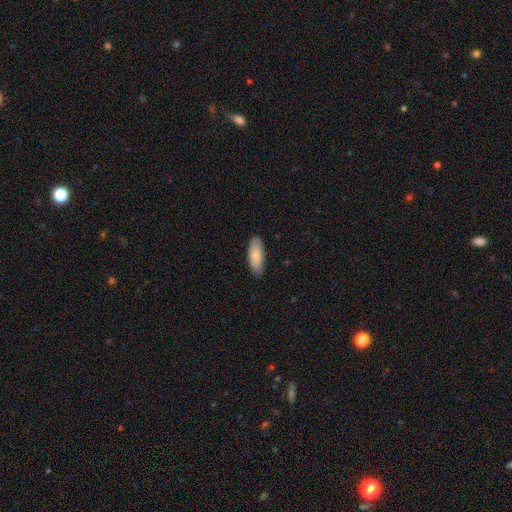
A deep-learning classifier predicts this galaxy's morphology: This is clearly a smooth galaxy (82%). How rounded: likely in between (77%). Merging: clearly none (86%).